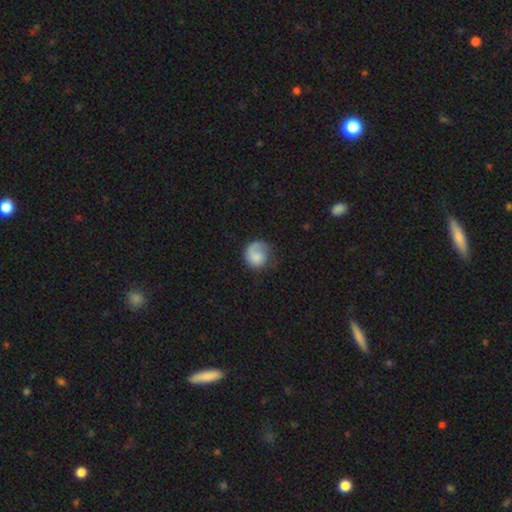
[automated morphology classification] smooth_or_featured: smooth (p=0.66) [alt: featured or disk p=0.28]
how_rounded: round (p=0.81) [alt: in between p=0.18]
merging: none (p=0.53) [alt: minor disturbance p=0.23]